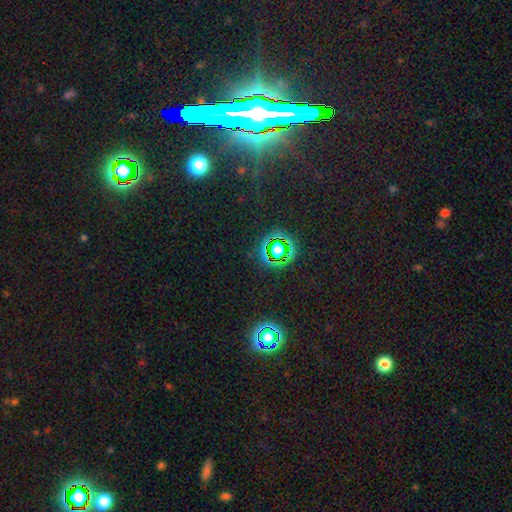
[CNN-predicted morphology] star or artifact 81%, smooth 10%, featured or disk 9%.